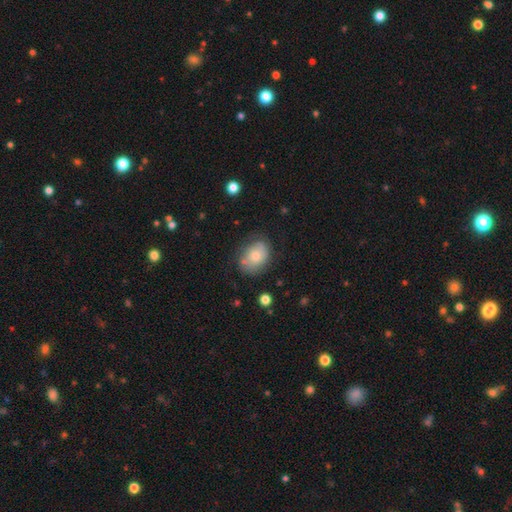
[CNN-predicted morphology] Smooth or featured? smooth (71%)
How rounded? in between (67%)
Merging? none (66%)